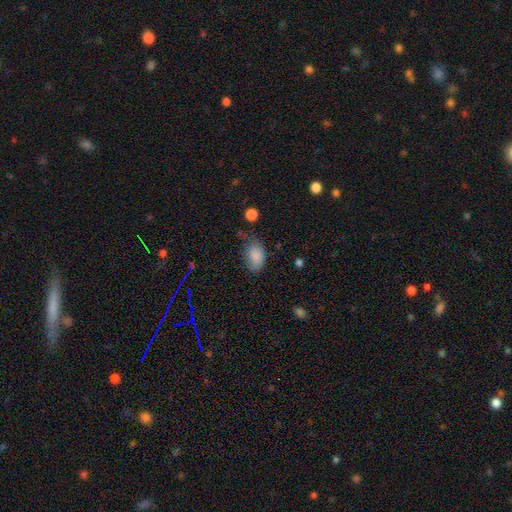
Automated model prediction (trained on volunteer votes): Q: Smooth or featured?
A: smooth (85%); runner-up: star or artifact (9%)
Q: How rounded?
A: in between (89%); runner-up: round (10%)
Q: Merging?
A: none (54%); runner-up: minor disturbance (33%)